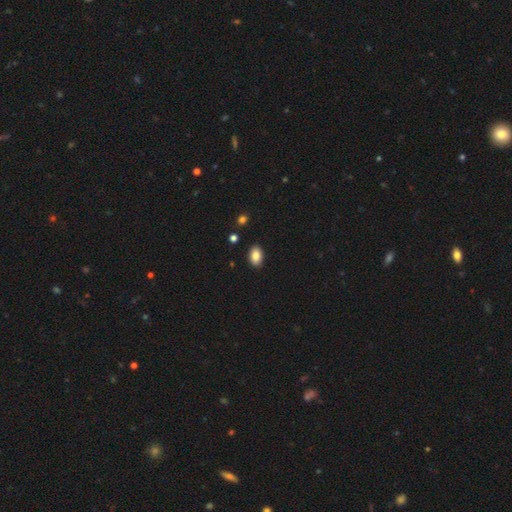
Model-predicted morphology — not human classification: Smooth or featured? Predicted: smooth (p=0.86). How rounded? Predicted: in between (p=0.90). Merging? Predicted: none (p=0.89).